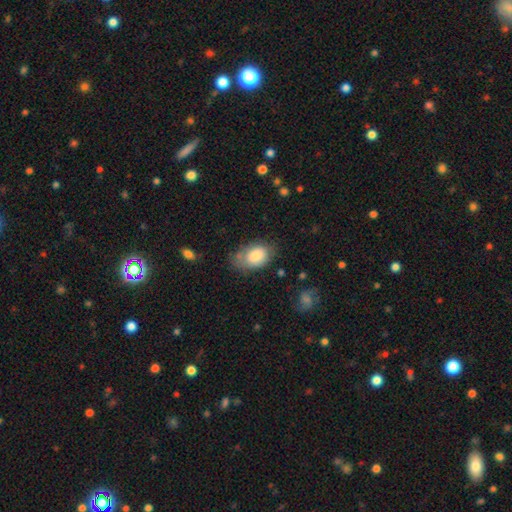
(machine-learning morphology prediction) A smooth galaxy with no disk features (81%) that is in between round and cigar-shaped (87%).

Vote fractions:
- Smooth or featured? smooth: 81% / featured or disk: 12% / star or artifact: 7%
- How rounded? in between: 87% / round: 12% / cigar-shaped: 1%
- Merging? none: 57% / minor disturbance: 29% / major disturbance: 10% / merger: 4%